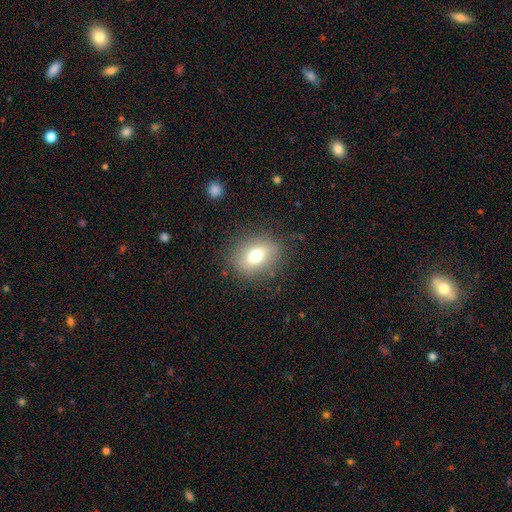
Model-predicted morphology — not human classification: Q: Smooth or featured?
A: smooth (71%); runner-up: featured or disk (18%)
Q: How rounded?
A: in between (51%); runner-up: round (47%)
Q: Merging?
A: none (82%); runner-up: minor disturbance (12%)